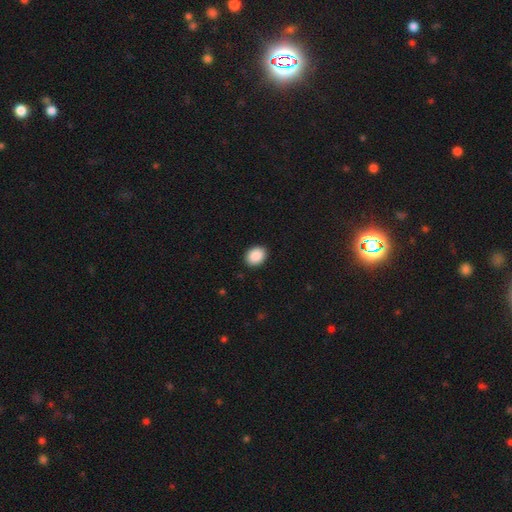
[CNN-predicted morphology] A smooth galaxy with no disk features (89%) that is in between round and cigar-shaped (54%).

Vote fractions:
- Smooth or featured? smooth: 89% / star or artifact: 8% / featured or disk: 3%
- How rounded? in between: 54% / round: 45% / cigar-shaped: 1%
- Merging? none: 91% / minor disturbance: 7% / major disturbance: 2% / merger: 1%